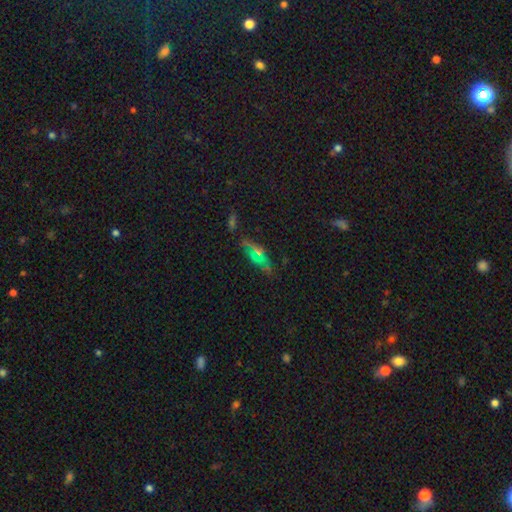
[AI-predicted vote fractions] Smooth or featured: smooth — 40% (star or artifact — 35%)
Merging: none — 61% (minor disturbance — 20%)